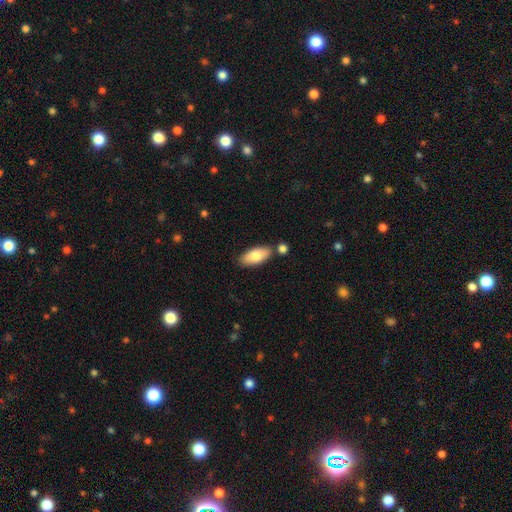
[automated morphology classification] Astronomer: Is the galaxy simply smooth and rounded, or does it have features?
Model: smooth — 78%.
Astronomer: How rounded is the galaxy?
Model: in between — 86%.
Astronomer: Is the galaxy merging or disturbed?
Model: none — 76%.